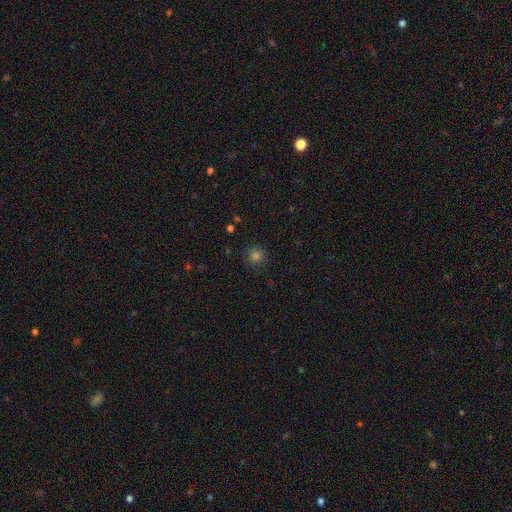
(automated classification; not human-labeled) Smooth or featured: smooth — 78% (star or artifact — 17%)
How rounded: round — 93% (in between — 6%)
Merging: none — 89% (minor disturbance — 8%)